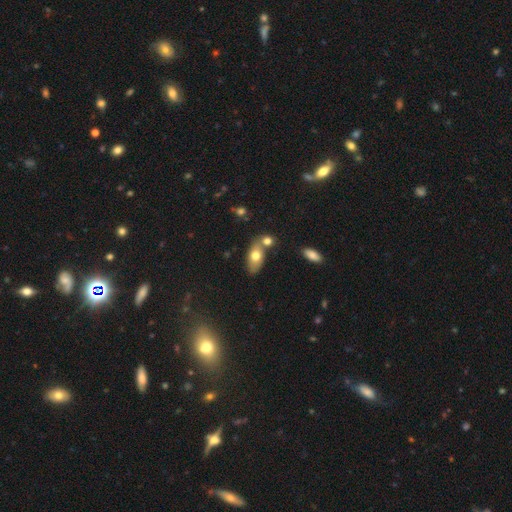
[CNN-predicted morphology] A smooth galaxy with no disk features (70%) that is in between round and cigar-shaped (86%).

Vote fractions:
- Smooth or featured? smooth: 70% / featured or disk: 23% / star or artifact: 8%
- How rounded? in between: 86% / cigar-shaped: 7% / round: 7%
- Merging? none: 57% / merger: 26% / minor disturbance: 13% / major disturbance: 4%